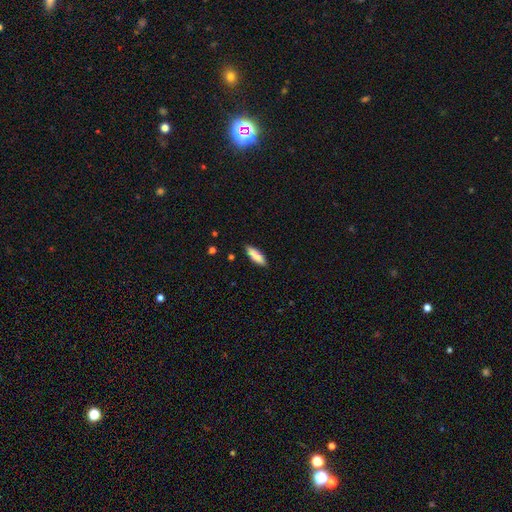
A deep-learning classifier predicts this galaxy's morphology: type=smooth (87%); roundness=cigar-shaped (54%); merging=none (88%).